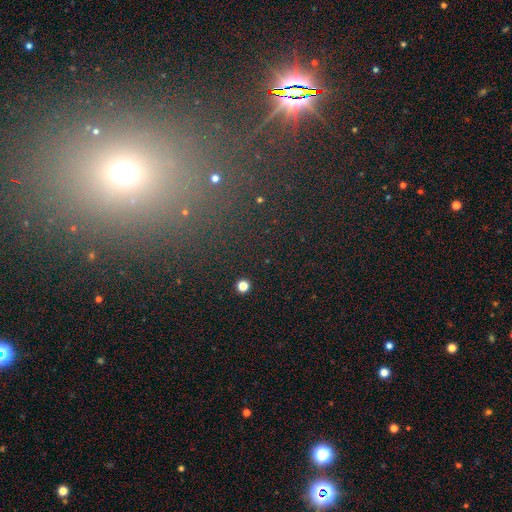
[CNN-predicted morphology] Smooth or featured? Predicted: star or artifact (p=0.55).